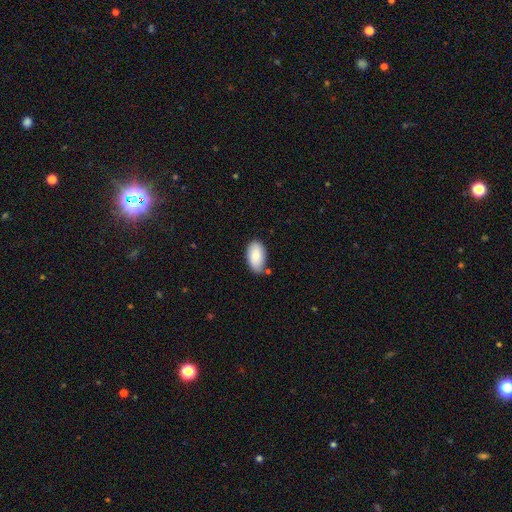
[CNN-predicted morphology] A smooth galaxy with no disk features (86%) that is in between round and cigar-shaped (95%). Merging: none (70%).